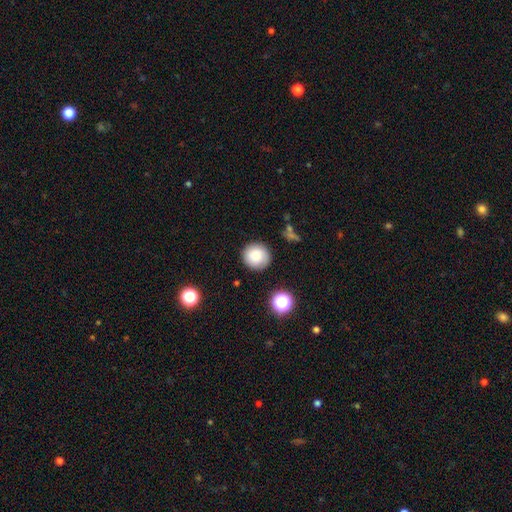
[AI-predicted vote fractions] Q: Smooth or featured?
A: smooth (83%); runner-up: star or artifact (10%)
Q: How rounded?
A: round (92%); runner-up: in between (7%)
Q: Merging?
A: none (86%); runner-up: minor disturbance (9%)